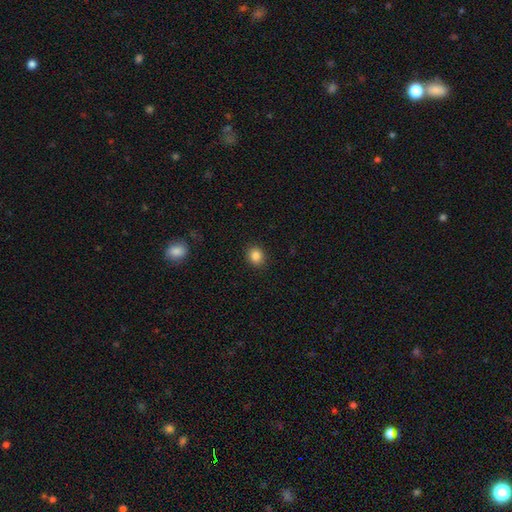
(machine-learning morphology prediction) smooth-or-featured: smooth: 85% | star or artifact: 10% | featured or disk: 4%
  how-rounded: round: 70% | in between: 29% | cigar-shaped: 1%
  merging: none: 91% | minor disturbance: 6% | major disturbance: 2% | merger: 1%